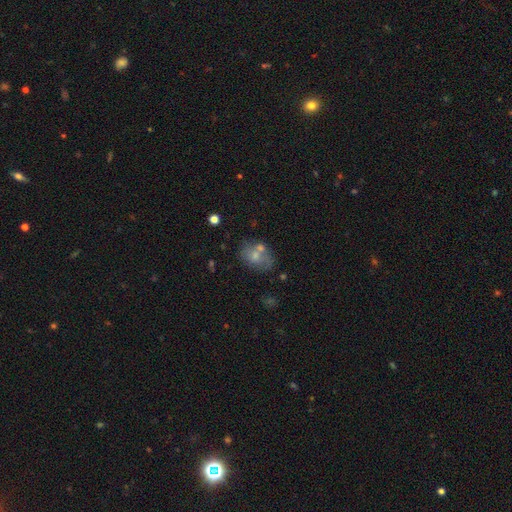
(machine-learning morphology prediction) Overall: smooth (62%; featured or disk 28%). How rounded: in between (71%). Merging: none (45%; merger 26%).